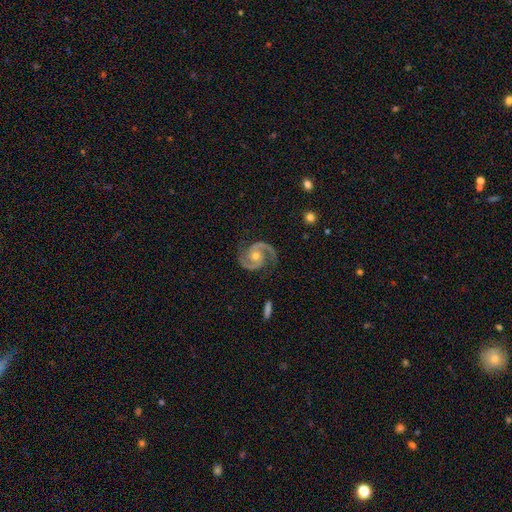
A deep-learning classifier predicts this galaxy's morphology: A featured or disk galaxy (94%) with no bar (66%), 2 (95%) medium (57%) spiral arms (99%) and a moderate central bulge (64%).

Vote fractions:
- Smooth or featured? featured or disk: 94% / star or artifact: 4% / smooth: 2%
- Edge-on disk? no: 98% / yes: 2%
- Bar? no: 66% / weak: 25% / strong: 9%
- Spiral arms? yes: 99% / no: 1%
- Spiral winding? medium: 57% / tight: 34% / loose: 9%
- Spiral arm count? 2: 95% / 3: 1% / can't tell: 1% / 1: 1% / 4: 1% / more than 4: 1%
- Bulge size? moderate: 64% / small: 32% / large: 2% / none: 1% / dominant: 1%
- Merging? none: 84% / minor disturbance: 11% / major disturbance: 3% / merger: 1%